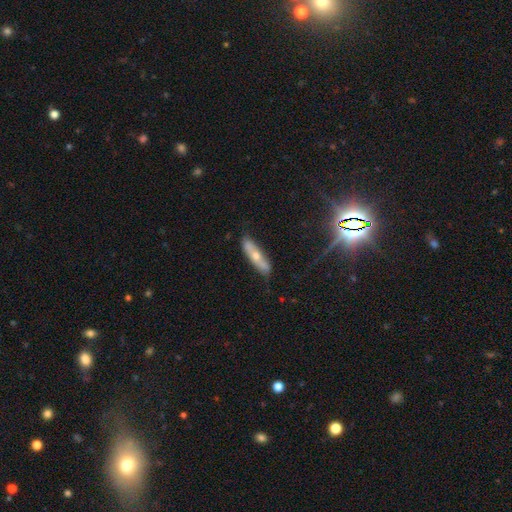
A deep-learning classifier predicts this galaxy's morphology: A smooth galaxy with no disk features (49%).

Vote fractions:
- Smooth or featured? smooth: 49% / featured or disk: 44% / star or artifact: 8%
- Merging? none: 77% / minor disturbance: 17% / major disturbance: 3% / merger: 2%